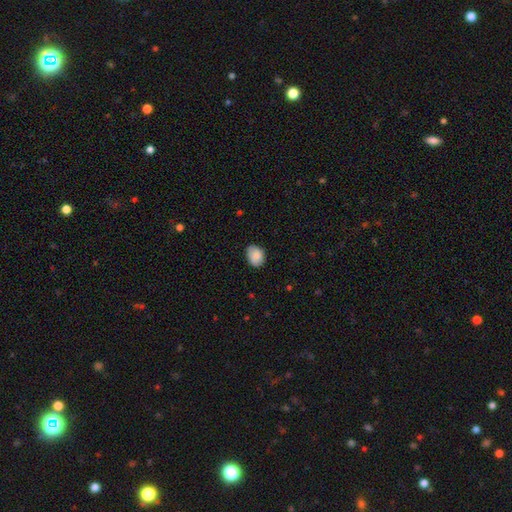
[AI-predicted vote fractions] Smooth or featured?
  - smooth: 86% *
  - star or artifact: 7%
  - featured or disk: 7%
How rounded?
  - in between: 65% *
  - round: 34%
  - cigar-shaped: 1%
Merging?
  - none: 78% *
  - minor disturbance: 18%
  - major disturbance: 3%
  - merger: 1%